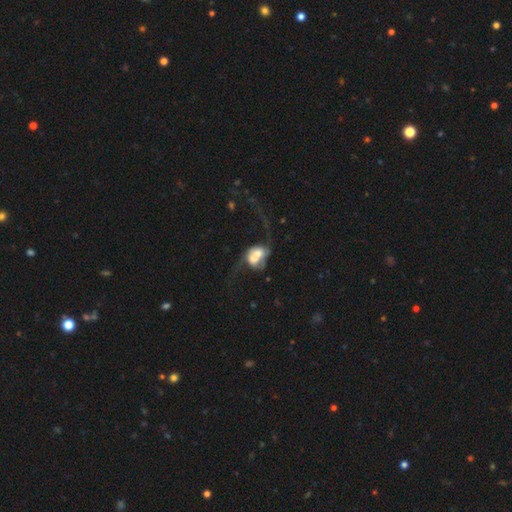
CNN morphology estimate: Overall: smooth (46%; featured or disk 44%). Merging: merger (61%).